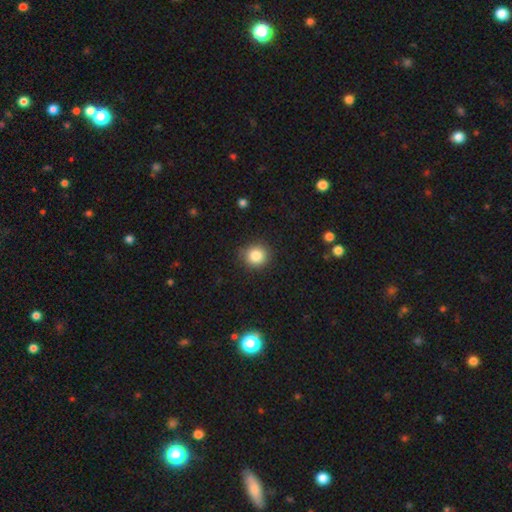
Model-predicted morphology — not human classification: This is clearly a smooth galaxy (85%). How rounded: clearly round (90%). Merging: clearly none (85%).